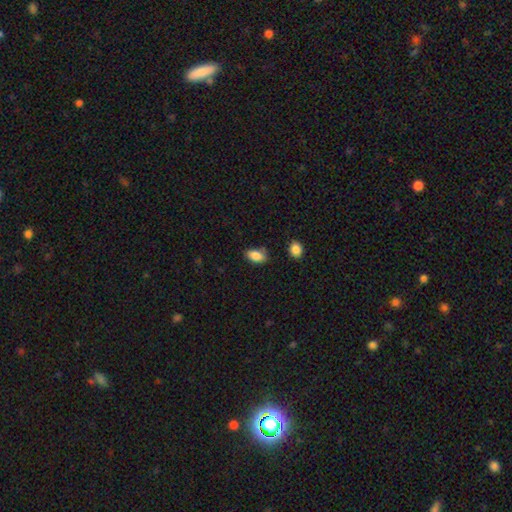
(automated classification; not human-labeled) A smooth galaxy with no disk features (87%) that is in between round and cigar-shaped (91%).

Vote fractions:
- Smooth or featured? smooth: 87% / star or artifact: 8% / featured or disk: 5%
- How rounded? in between: 91% / round: 6% / cigar-shaped: 3%
- Merging? none: 75% / minor disturbance: 19% / major disturbance: 3% / merger: 3%